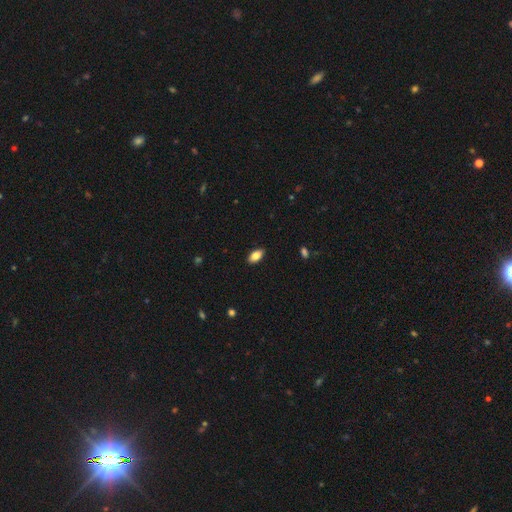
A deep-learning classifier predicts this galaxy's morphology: A smooth galaxy with no disk features (83%) that is in between round and cigar-shaped (91%). Merging: none (88%).